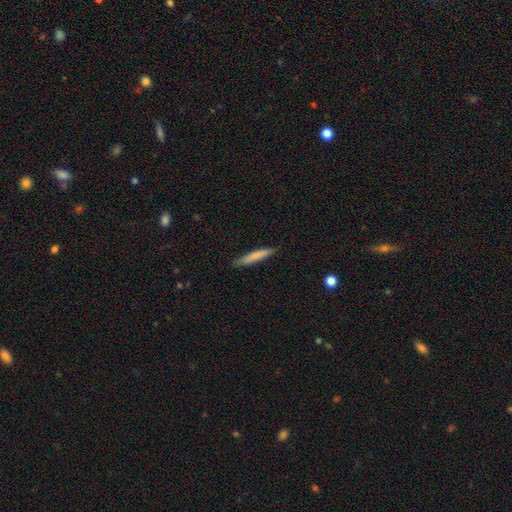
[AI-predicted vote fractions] Smooth or featured?
  - smooth: 75% *
  - featured or disk: 19%
  - star or artifact: 6%
How rounded?
  - cigar-shaped: 94% *
  - in between: 5%
  - round: 1%
Merging?
  - none: 87% *
  - minor disturbance: 10%
  - major disturbance: 2%
  - merger: 1%